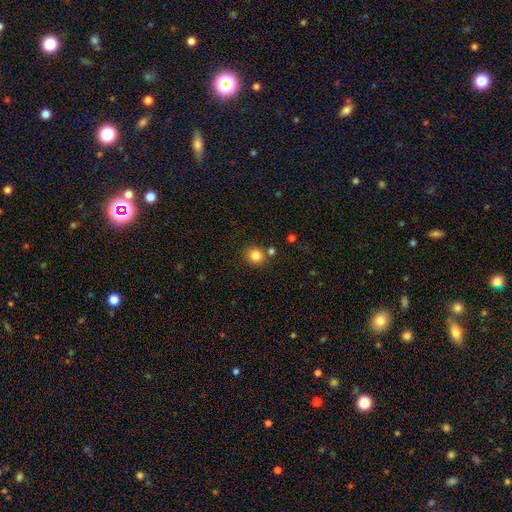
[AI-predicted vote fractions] smooth 84%, star or artifact 11%, featured or disk 5%. Down the decision tree: how rounded — round (84%); merging — none (77%).